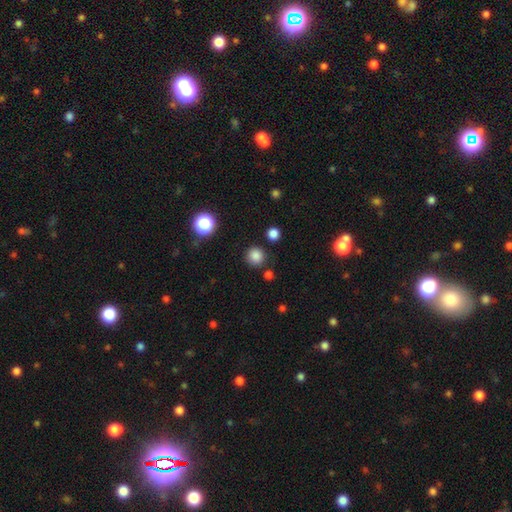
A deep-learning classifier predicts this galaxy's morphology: This appears to be a smooth galaxy with no disk features (83%) that is round (92%). Merging: none (85%).